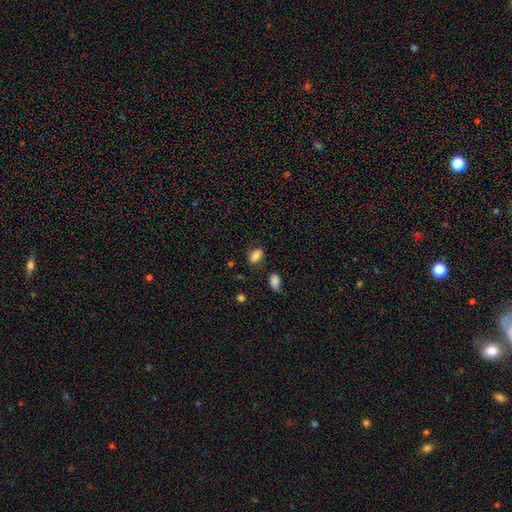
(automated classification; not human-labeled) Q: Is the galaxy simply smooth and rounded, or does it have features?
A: smooth — 81%.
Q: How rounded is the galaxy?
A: in between — 82%.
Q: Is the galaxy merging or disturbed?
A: none — 71%.